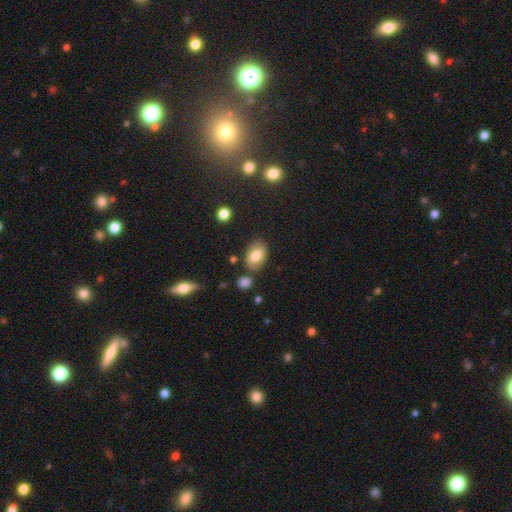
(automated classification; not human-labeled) This is likely a smooth galaxy (78%). How rounded: clearly in between (85%). Merging: likely none (74%).